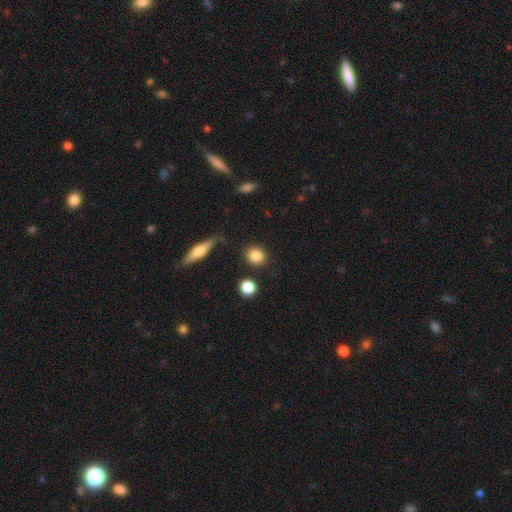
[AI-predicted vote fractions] smooth 85%, star or artifact 8%, featured or disk 7%. Down the decision tree: how rounded — round (82%); merging — none (85%).